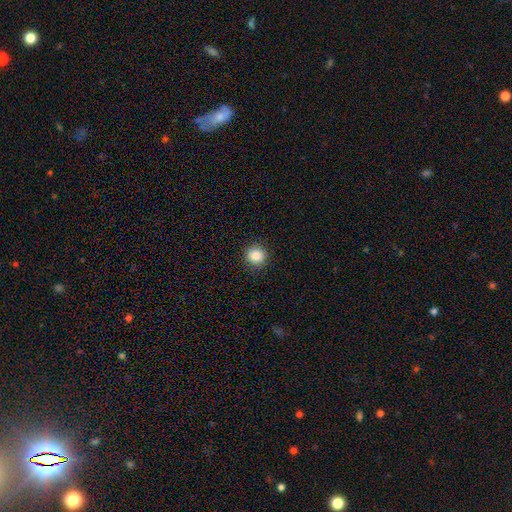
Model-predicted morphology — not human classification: This appears to be a smooth galaxy with no disk features (86%) that is round (93%). Merging: none (91%).